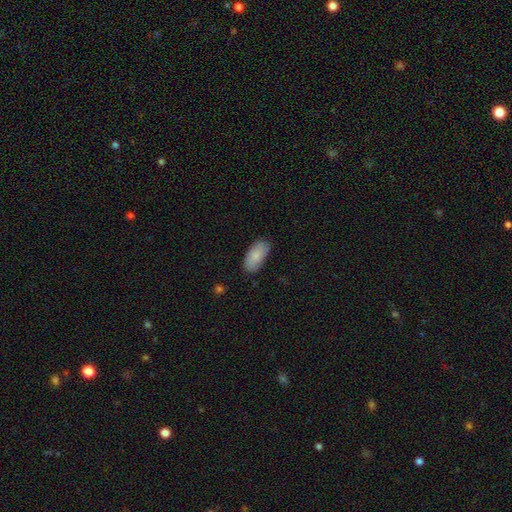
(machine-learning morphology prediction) Overall: smooth (84%). How rounded: in between (93%). Merging: none (83%).